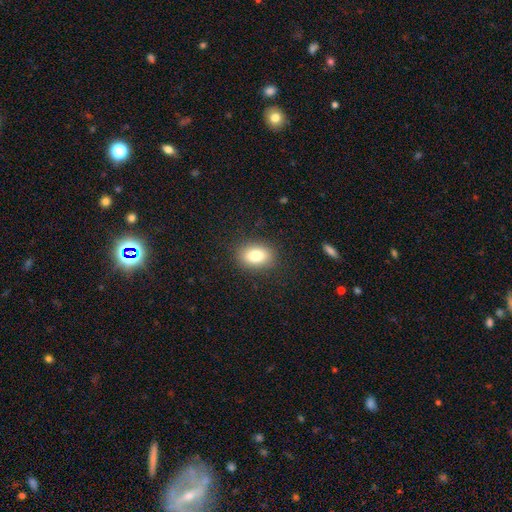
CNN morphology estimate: Smooth or featured? Predicted: smooth (p=0.81). How rounded? Predicted: in between (p=0.74). Merging? Predicted: none (p=0.87).